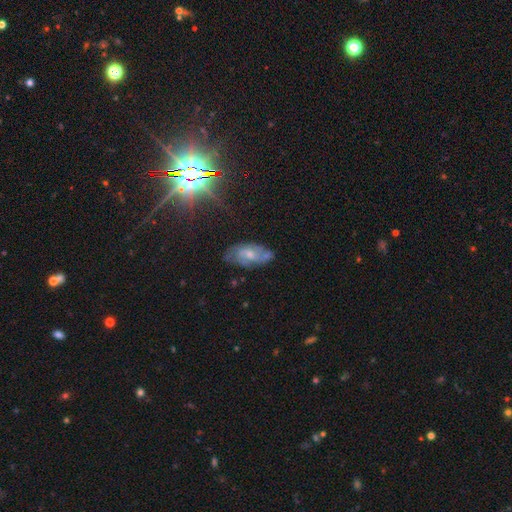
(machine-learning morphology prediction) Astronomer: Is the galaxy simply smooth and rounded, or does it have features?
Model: featured or disk — 64%.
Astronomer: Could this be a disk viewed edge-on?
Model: no — 93%.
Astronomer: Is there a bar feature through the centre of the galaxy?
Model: no — 54% (runner-up: weak, 38%).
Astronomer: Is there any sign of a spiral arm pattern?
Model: yes — 82%.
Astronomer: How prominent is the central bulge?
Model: small — 49% (runner-up: moderate, 42%).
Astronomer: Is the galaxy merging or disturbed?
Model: none — 67%.